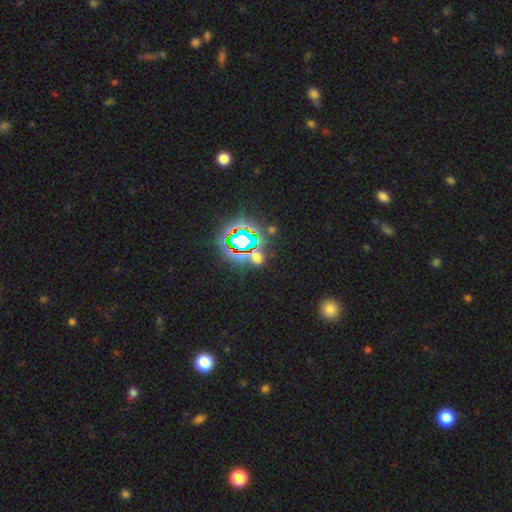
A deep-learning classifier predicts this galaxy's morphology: smooth_or_featured: star or artifact (p=0.68) [alt: smooth p=0.22]